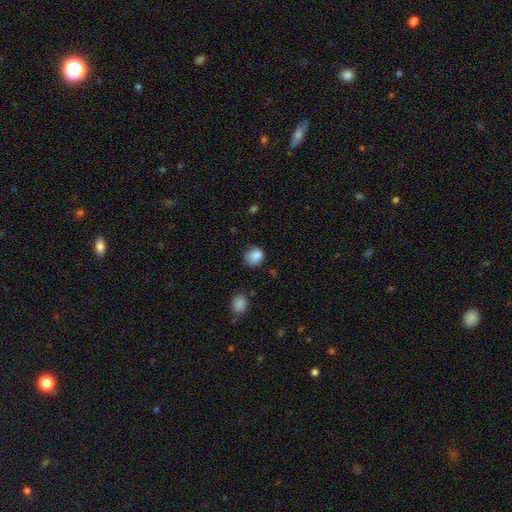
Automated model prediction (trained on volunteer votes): Smooth or featured? smooth (85%)
How rounded? round (68%)
Merging? none (57%)